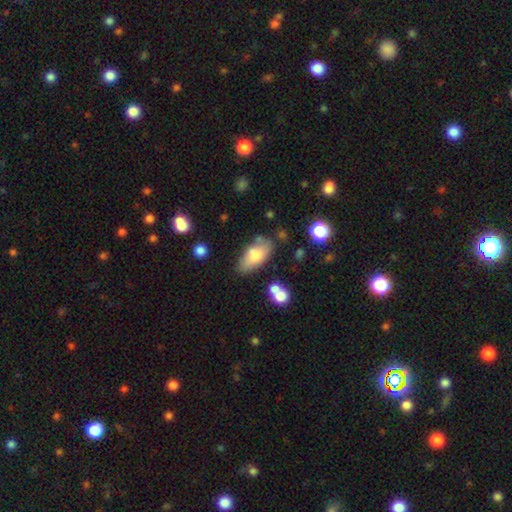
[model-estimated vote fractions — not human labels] Smooth or featured? smooth (69%)
How rounded? in between (90%)
Merging? none (58%)